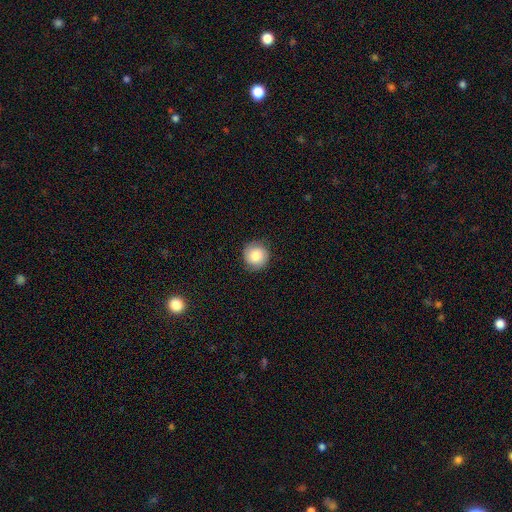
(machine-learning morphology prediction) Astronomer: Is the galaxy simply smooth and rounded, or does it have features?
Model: smooth — 76%.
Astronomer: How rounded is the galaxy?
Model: round — 92%.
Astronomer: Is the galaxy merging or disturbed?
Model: none — 84%.